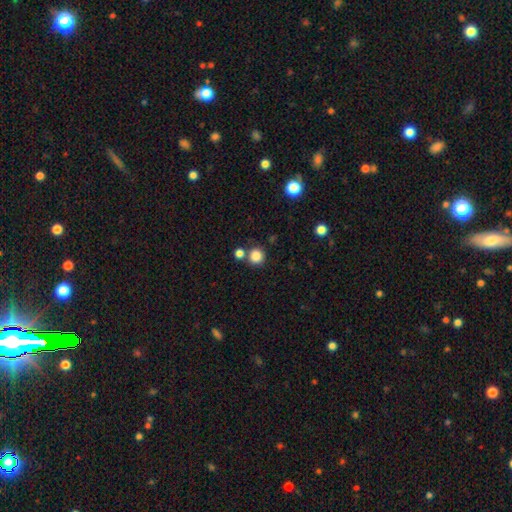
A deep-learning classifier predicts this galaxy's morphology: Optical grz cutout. It shows a smooth galaxy with no disk features (85%) that is round (92%). Merging: none (74%).